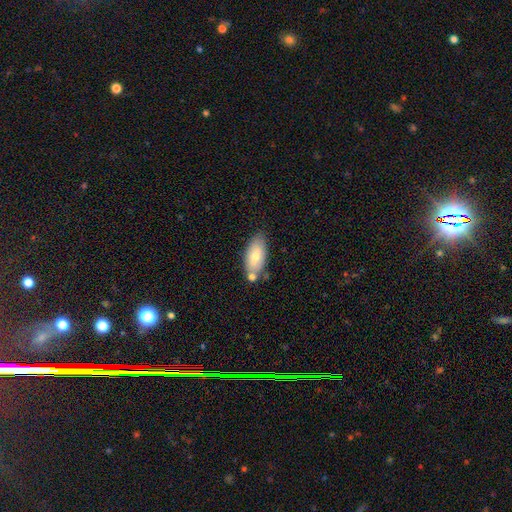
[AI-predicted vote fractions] smooth_or_featured: smooth (p=0.71) [alt: featured or disk p=0.22]
how_rounded: in between (p=0.89) [alt: cigar-shaped p=0.09]
merging: none (p=0.64) [alt: minor disturbance p=0.18]